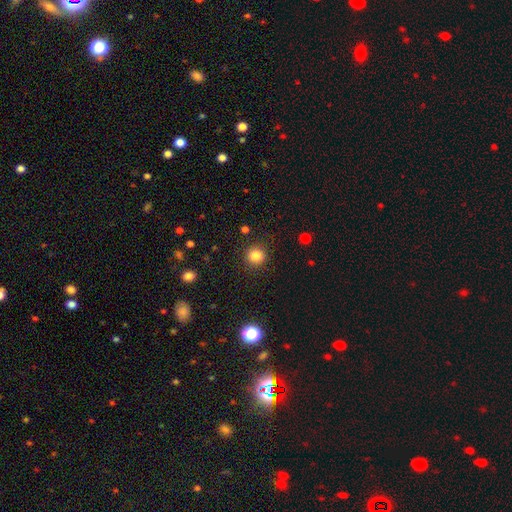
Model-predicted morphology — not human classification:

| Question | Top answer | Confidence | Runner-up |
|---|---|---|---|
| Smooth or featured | smooth | 83% | star or artifact (12%) |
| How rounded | round | 88% | in between (11%) |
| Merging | none | 90% | minor disturbance (7%) |